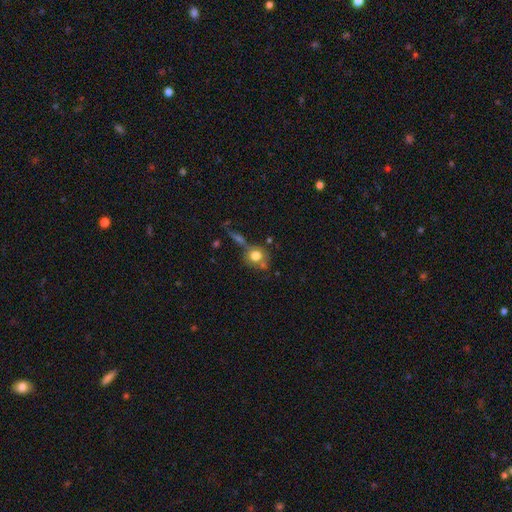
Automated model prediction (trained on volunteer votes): smooth 75%, featured or disk 14%, star or artifact 11%. Down the decision tree: how rounded — round (80%); merging — none (56%).